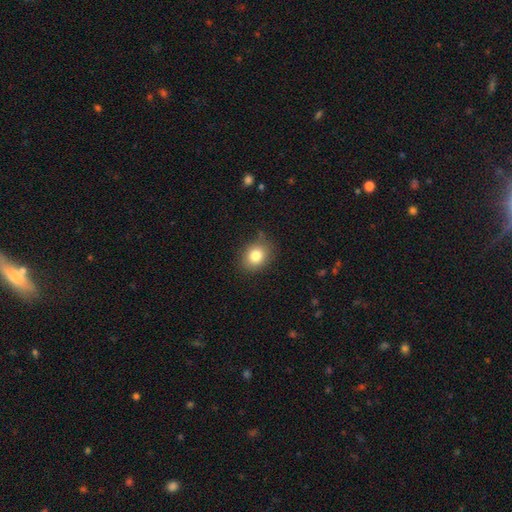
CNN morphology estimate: smooth_or_featured: smooth (p=0.81) [alt: star or artifact p=0.10]
how_rounded: round (p=0.55) [alt: in between p=0.44]
merging: none (p=0.80) [alt: minor disturbance p=0.15]